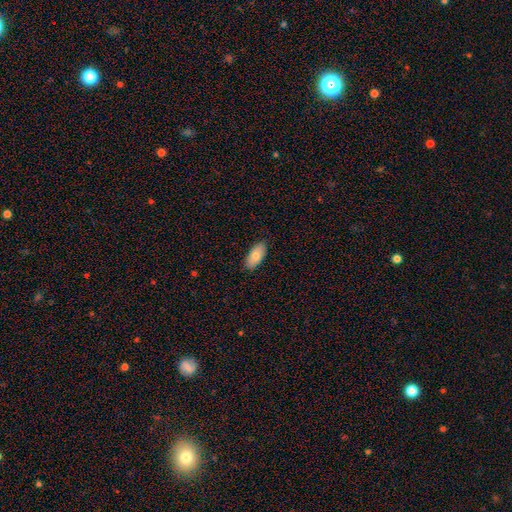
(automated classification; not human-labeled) Smooth or featured: smooth — 81% (featured or disk — 12%)
How rounded: in between — 91% (cigar-shaped — 7%)
Merging: none — 89% (minor disturbance — 9%)